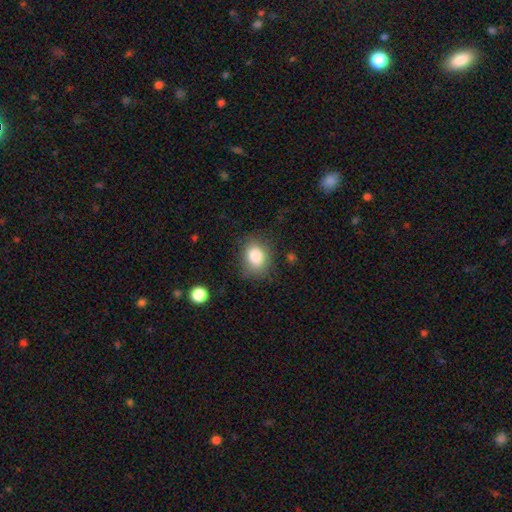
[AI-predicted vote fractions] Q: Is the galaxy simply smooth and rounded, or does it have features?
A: smooth — 84%.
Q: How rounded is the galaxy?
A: in between — 57%.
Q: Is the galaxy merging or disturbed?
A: none — 73%.